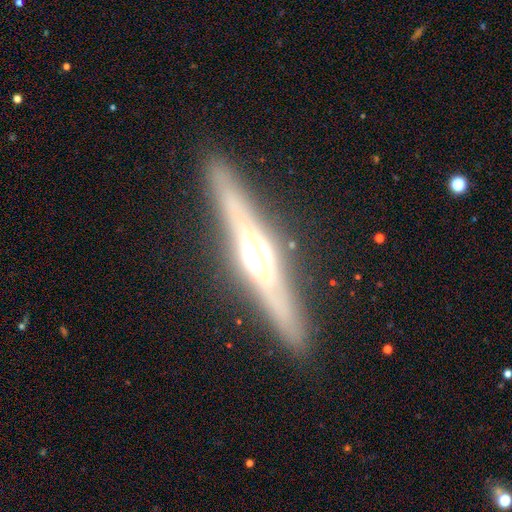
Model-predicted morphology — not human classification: Smooth or featured: featured or disk — 79% (smooth — 14%)
Edge-on disk: yes — 95% (no — 5%)
Edge-on bulge: rounded — 85% (boxy — 11%)
Merging: none — 89% (minor disturbance — 8%)